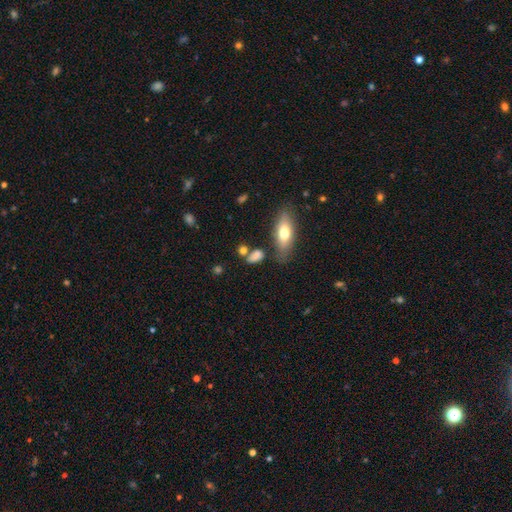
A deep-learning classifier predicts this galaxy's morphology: smooth 78%, featured or disk 11%, star or artifact 11%. Down the decision tree: how rounded — in between (67%); merging — none (59%).